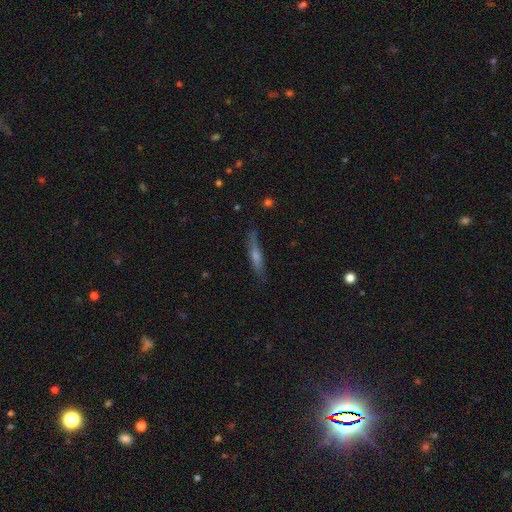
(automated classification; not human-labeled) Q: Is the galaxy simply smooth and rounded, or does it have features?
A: featured or disk — 51%.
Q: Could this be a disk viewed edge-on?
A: yes — 90%.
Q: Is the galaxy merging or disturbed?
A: none — 83%.